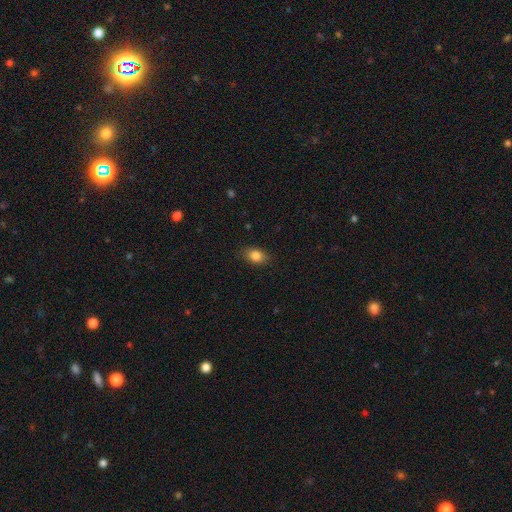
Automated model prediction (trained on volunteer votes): A smooth galaxy with no disk features (84%) that is in between round and cigar-shaped (77%). Merging: none (85%).